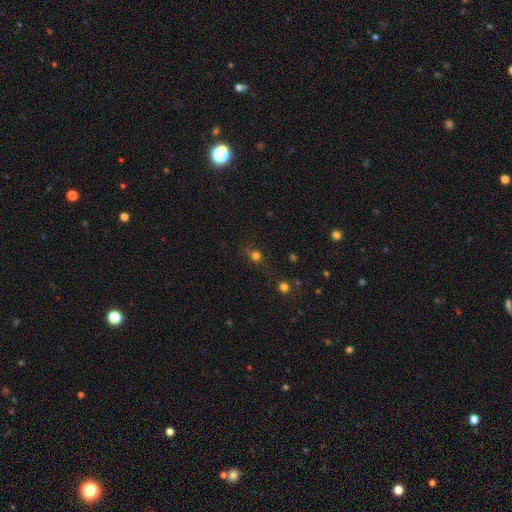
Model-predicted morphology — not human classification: Q: Smooth or featured?
A: smooth (62%); runner-up: star or artifact (26%)
Q: How rounded?
A: round (73%); runner-up: in between (23%)
Q: Merging?
A: none (67%); runner-up: minor disturbance (19%)